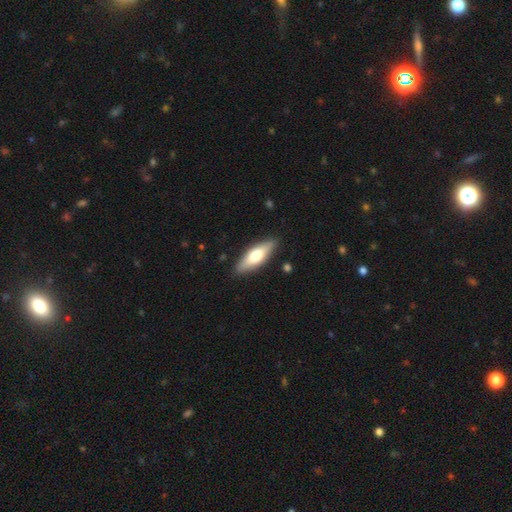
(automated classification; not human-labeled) Smooth or featured: smooth — 63% (featured or disk — 32%)
How rounded: in between — 55% (cigar-shaped — 43%)
Merging: none — 87% (minor disturbance — 10%)